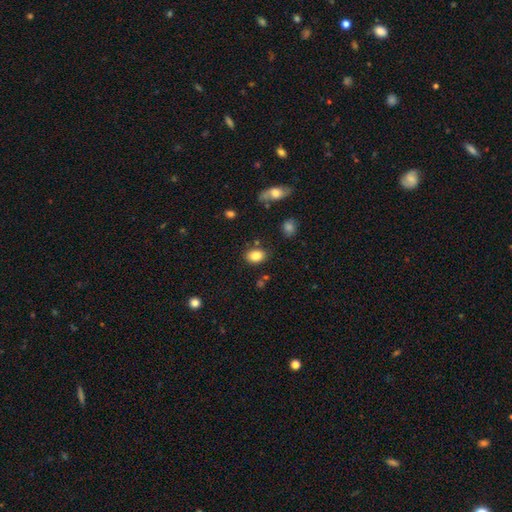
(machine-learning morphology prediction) This appears to be a smooth galaxy with no disk features (84%) that is in between round and cigar-shaped (74%). Merging: none (79%).